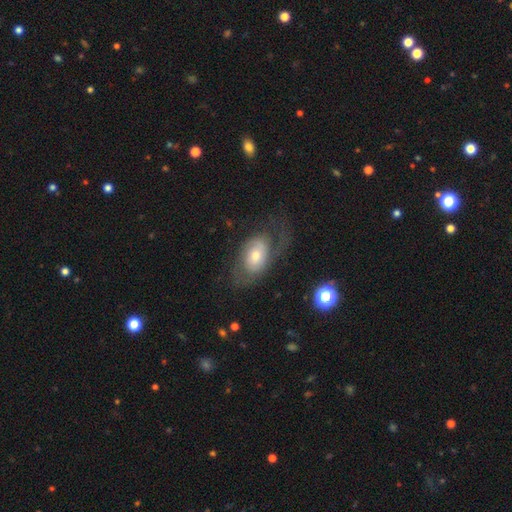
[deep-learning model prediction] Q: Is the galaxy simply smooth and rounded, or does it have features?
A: featured or disk — 56%.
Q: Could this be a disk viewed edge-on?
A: no — 93%.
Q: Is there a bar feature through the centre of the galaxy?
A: no — 73%.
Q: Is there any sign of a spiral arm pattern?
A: yes — 70%.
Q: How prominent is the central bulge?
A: moderate — 55%.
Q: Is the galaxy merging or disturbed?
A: none — 49%.